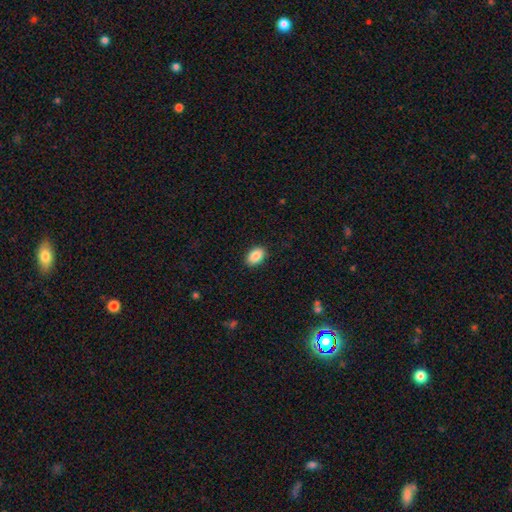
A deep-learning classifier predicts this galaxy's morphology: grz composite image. It shows a smooth galaxy with no disk features (88%) that is in between round and cigar-shaped (90%). Merging: none (89%).